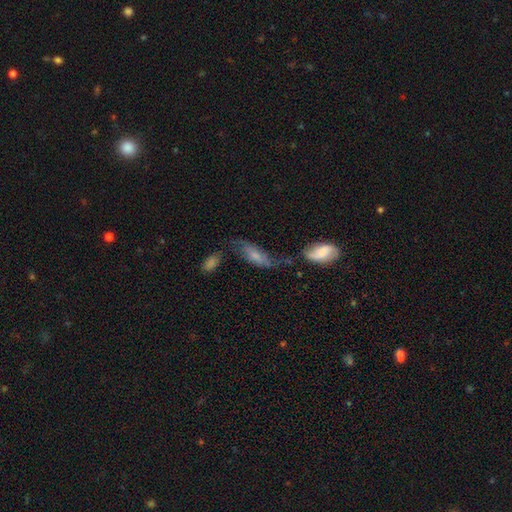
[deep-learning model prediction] A featured or disk galaxy (48%).

Vote fractions:
- Smooth or featured? featured or disk: 48% / smooth: 42% / star or artifact: 10%
- Merging? none: 37% / minor disturbance: 26% / major disturbance: 21% / merger: 16%